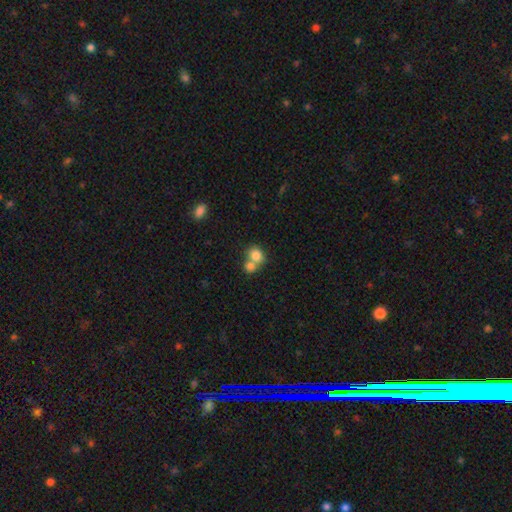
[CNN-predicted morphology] The model was most divided on "merging": merger: 58%, none: 33%, minor disturbance: 6%, major disturbance: 3%. More confident: smooth or featured — smooth (80%); how rounded — round (66%).